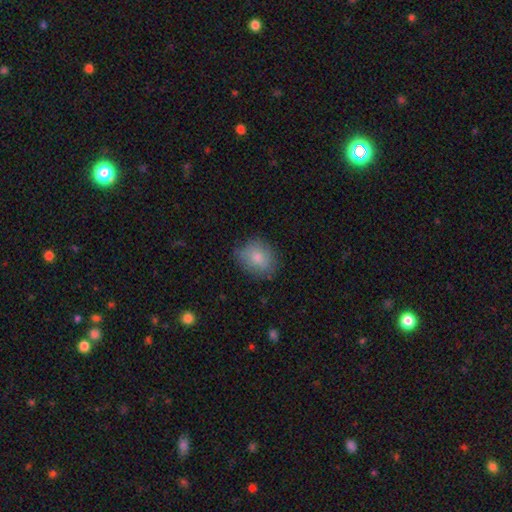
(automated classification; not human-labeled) smooth_or_featured: smooth (p=0.78) [alt: featured or disk p=0.12]
how_rounded: round (p=0.61) [alt: in between p=0.38]
merging: none (p=0.76) [alt: minor disturbance p=0.19]